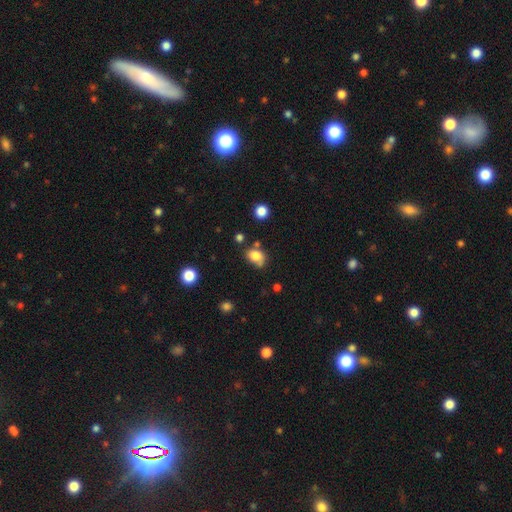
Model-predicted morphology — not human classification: Overall: smooth (79%). How rounded: in between (67%; round 31%). Merging: none (53%; minor disturbance 26%).